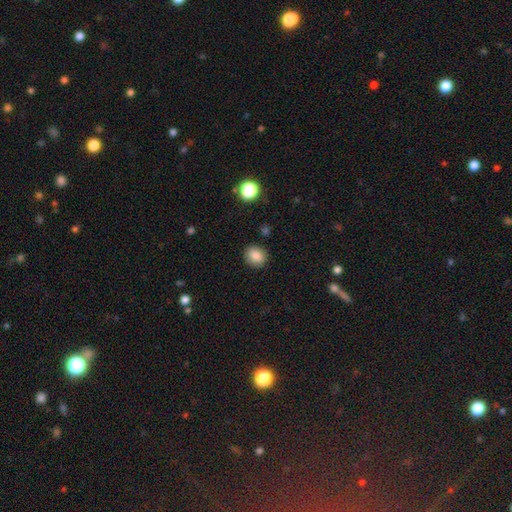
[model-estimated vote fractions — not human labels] A smooth galaxy with no disk features (85%) that is round (73%). Merging: none (88%).